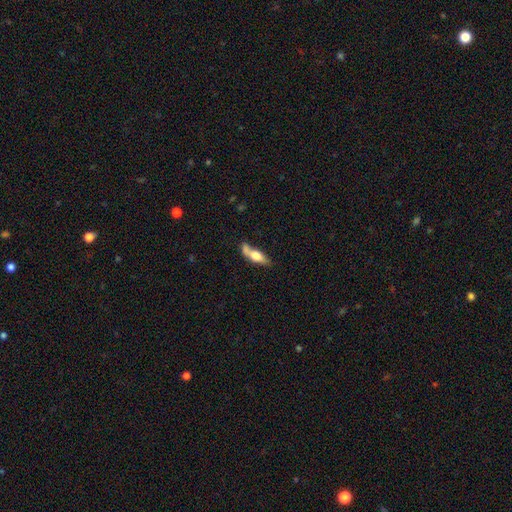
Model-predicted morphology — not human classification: This appears to be a smooth galaxy with no disk features (57%) that is in between round and cigar-shaped (52%). Merging: none (44%).